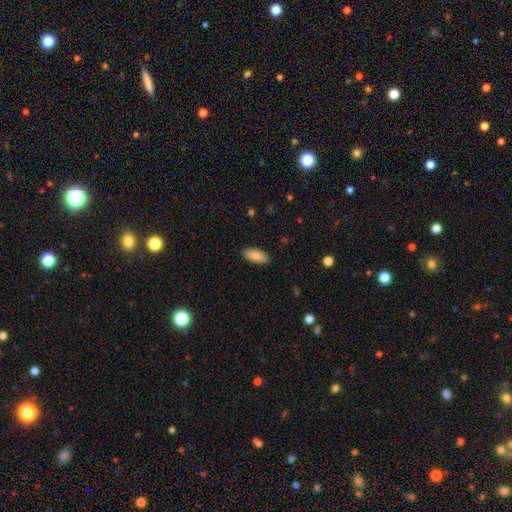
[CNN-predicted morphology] Overall: smooth (86%). How rounded: in between (88%). Merging: none (89%).